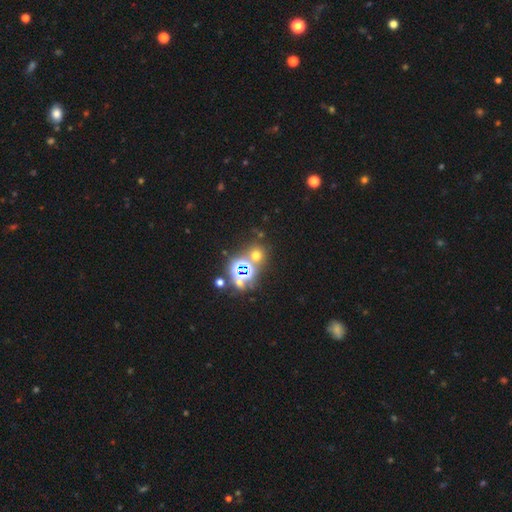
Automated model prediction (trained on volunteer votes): This is possibly a star or artifact rather than a galaxy (46%).